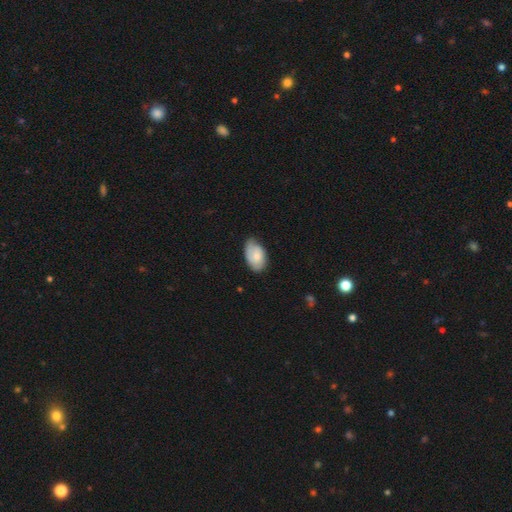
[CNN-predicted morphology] type=smooth (67%); roundness=in between (92%); merging=none (61%).